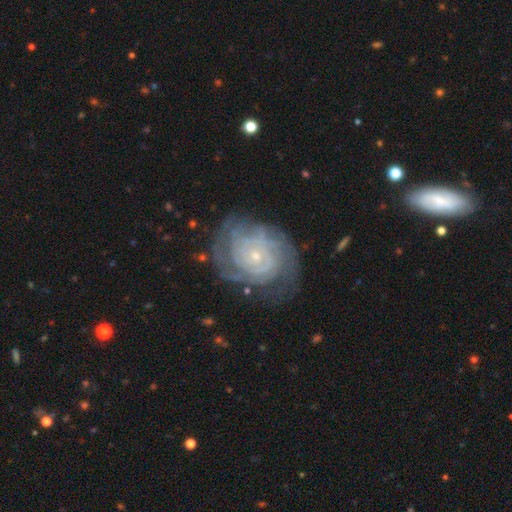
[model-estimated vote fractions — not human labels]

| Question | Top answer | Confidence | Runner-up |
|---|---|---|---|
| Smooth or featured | featured or disk | 87% | smooth (7%) |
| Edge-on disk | no | 97% | yes (3%) |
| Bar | no | 78% | weak (17%) |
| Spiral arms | yes | 97% | no (3%) |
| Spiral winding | tight | 82% | medium (15%) |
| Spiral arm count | can't tell | 29% | 2 (23%) |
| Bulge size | small | 80% | moderate (16%) |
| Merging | none | 74% | minor disturbance (17%) |